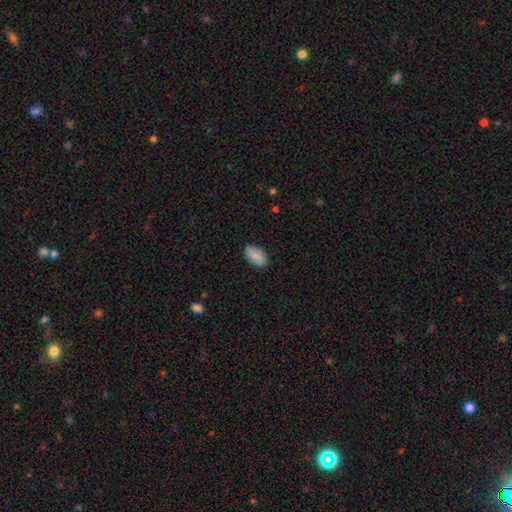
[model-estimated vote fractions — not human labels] A smooth galaxy with no disk features (86%) that is in between round and cigar-shaped (94%).

Vote fractions:
- Smooth or featured? smooth: 86% / featured or disk: 7% / star or artifact: 6%
- How rounded? in between: 94% / round: 3% / cigar-shaped: 2%
- Merging? none: 85% / minor disturbance: 11% / major disturbance: 2% / merger: 1%